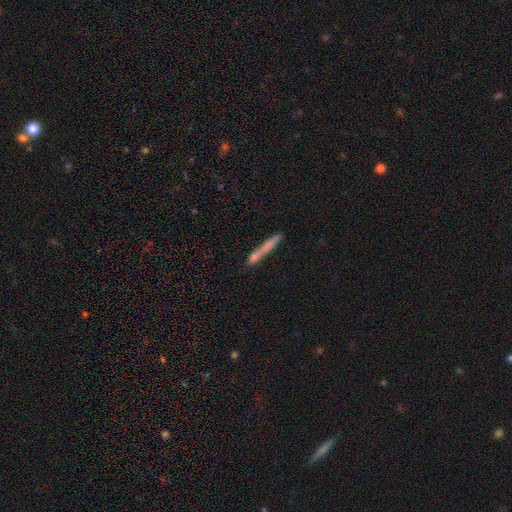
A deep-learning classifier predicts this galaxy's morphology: Overall: smooth (63%; featured or disk 28%). How rounded: cigar-shaped (94%). Merging: none (68%).